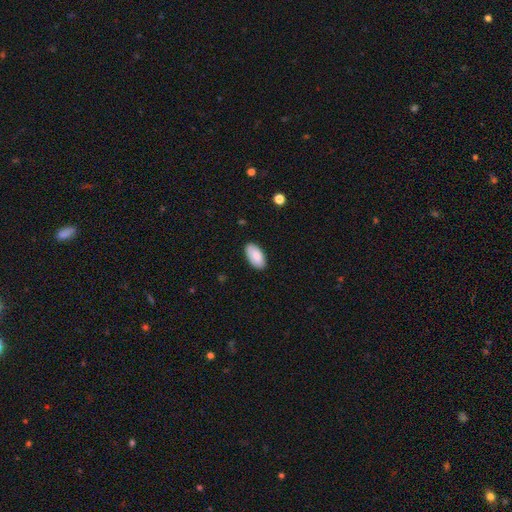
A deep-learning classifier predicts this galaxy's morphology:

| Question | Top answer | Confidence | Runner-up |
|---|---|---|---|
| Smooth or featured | smooth | 87% | featured or disk (7%) |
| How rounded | in between | 95% | cigar-shaped (3%) |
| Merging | none | 87% | minor disturbance (10%) |